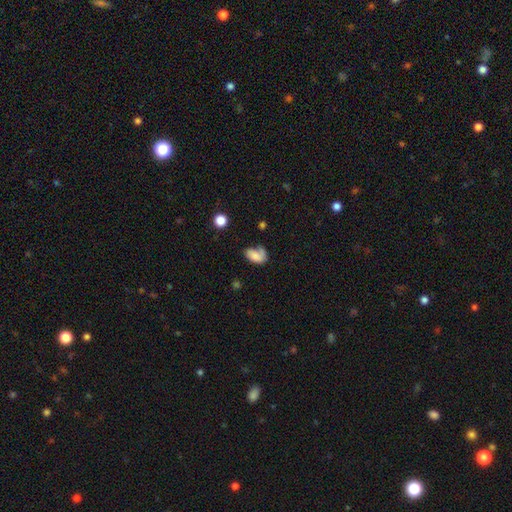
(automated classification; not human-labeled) Smooth or featured?
  - smooth: 71% *
  - featured or disk: 20%
  - star or artifact: 9%
How rounded?
  - in between: 89% *
  - round: 8%
  - cigar-shaped: 2%
Merging?
  - none: 39% *
  - minor disturbance: 28%
  - major disturbance: 22%
  - merger: 11%